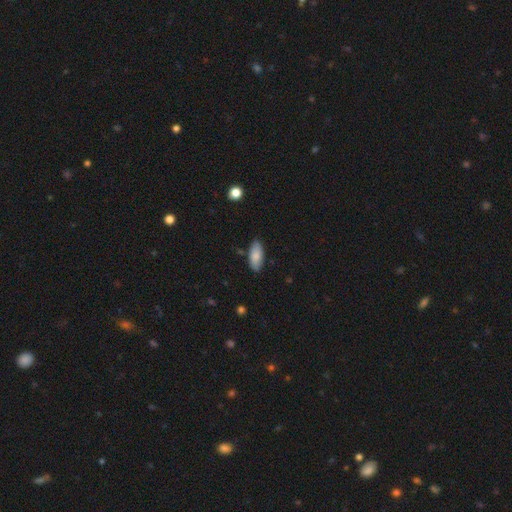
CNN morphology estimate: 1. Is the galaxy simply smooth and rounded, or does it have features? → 84% smooth, 10% featured or disk, 6% star or artifact.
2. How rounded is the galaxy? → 84% in between, 14% cigar-shaped, 2% round.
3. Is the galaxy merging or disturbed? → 84% none, 12% minor disturbance, 2% major disturbance, 2% merger.